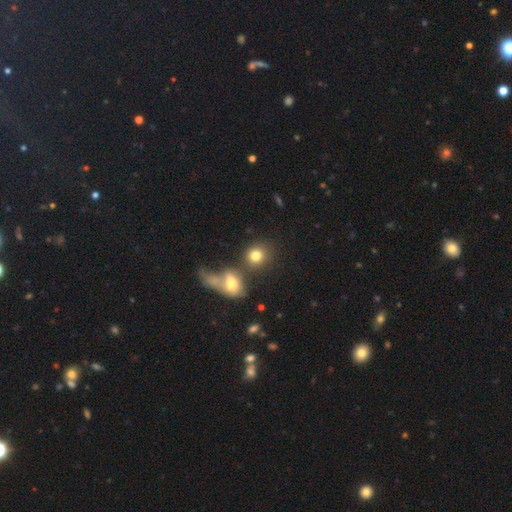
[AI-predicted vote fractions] Morphology: type=smooth (78%); roundness=round (79%); merging=none (51%).